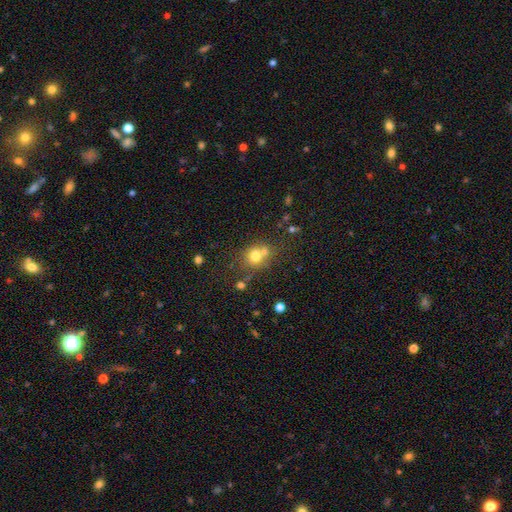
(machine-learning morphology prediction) The model was most divided on "merging": none: 49%, merger: 36%, minor disturbance: 11%, major disturbance: 5%. More confident: how rounded — round (78%); smooth or featured — smooth (72%).